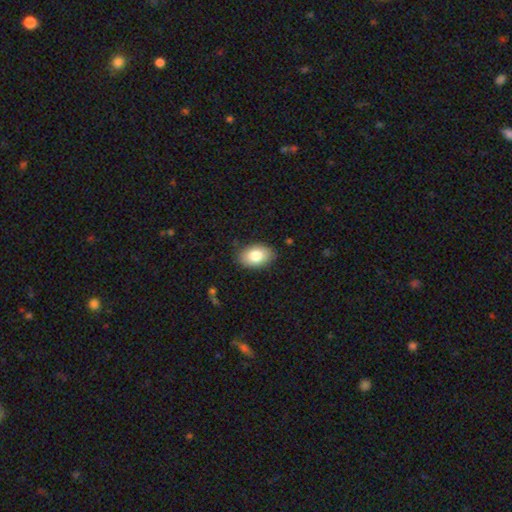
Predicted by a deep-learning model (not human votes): A smooth galaxy with no disk features (82%) that is in between round and cigar-shaped (89%). Merging: none (85%).